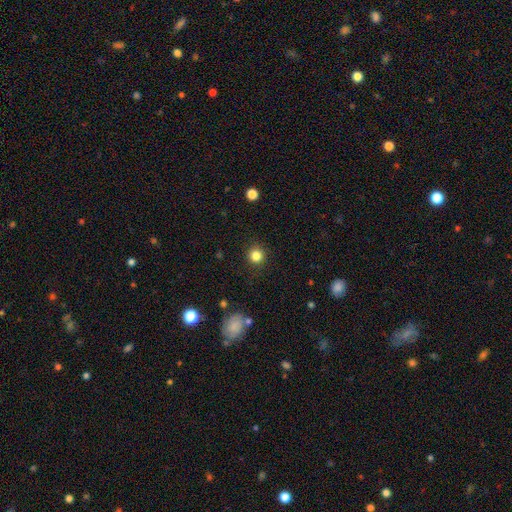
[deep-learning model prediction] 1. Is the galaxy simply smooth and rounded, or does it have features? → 83% smooth, 12% star or artifact, 5% featured or disk.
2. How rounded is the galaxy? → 93% round, 6% in between, 1% cigar-shaped.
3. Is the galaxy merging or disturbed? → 90% none, 7% minor disturbance, 2% major disturbance, 1% merger.